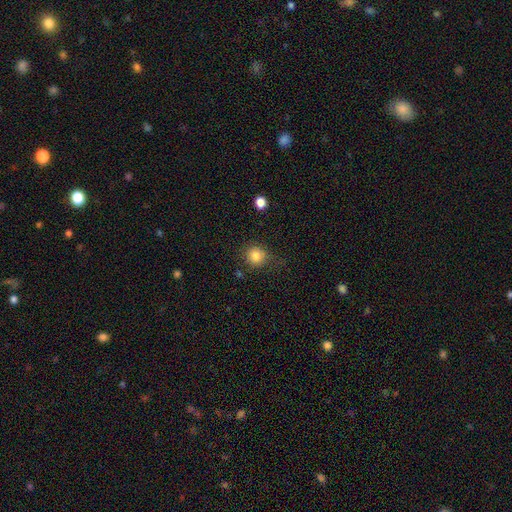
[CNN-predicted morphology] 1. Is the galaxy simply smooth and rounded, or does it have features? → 82% smooth, 11% star or artifact, 7% featured or disk.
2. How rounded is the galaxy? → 87% round, 12% in between, 1% cigar-shaped.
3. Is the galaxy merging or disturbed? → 72% none, 18% minor disturbance, 6% major disturbance, 3% merger.